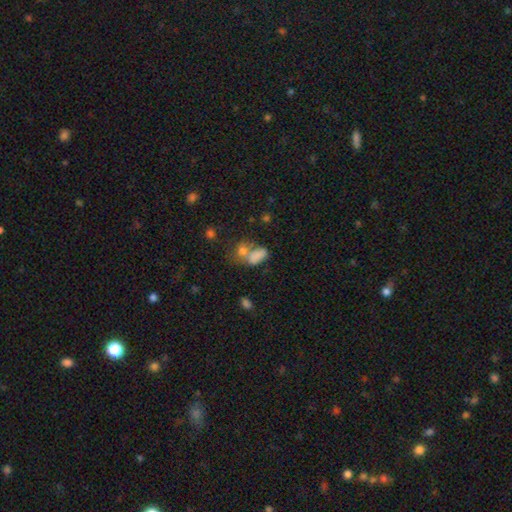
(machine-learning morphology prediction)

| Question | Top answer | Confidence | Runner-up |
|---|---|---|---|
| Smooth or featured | smooth | 76% | star or artifact (13%) |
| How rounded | in between | 86% | round (11%) |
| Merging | merger | 47% | none (30%) |